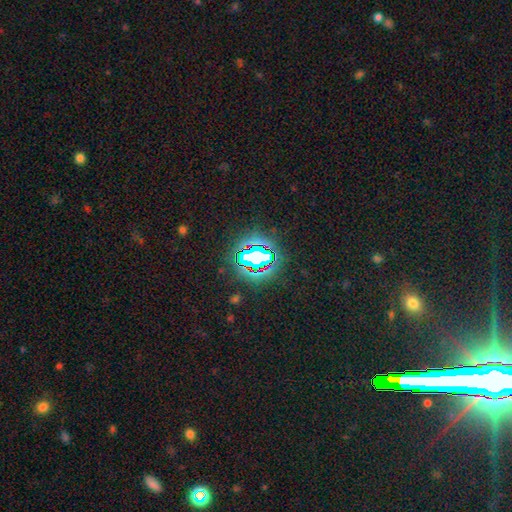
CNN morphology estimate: Smooth or featured? Predicted: star or artifact (p=0.72).